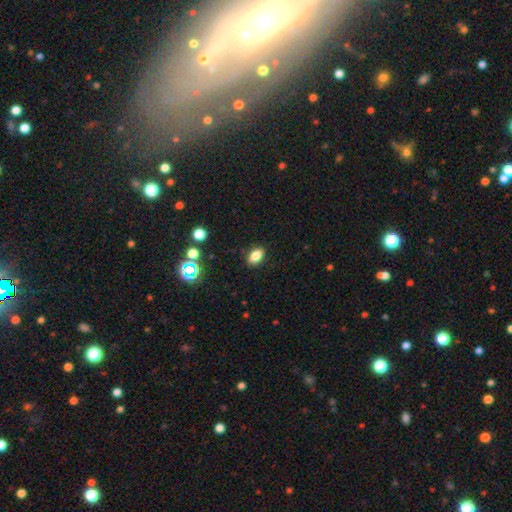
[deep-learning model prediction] Smooth or featured?
  - smooth: 81% *
  - star or artifact: 12%
  - featured or disk: 7%
How rounded?
  - in between: 86% *
  - round: 10%
  - cigar-shaped: 4%
Merging?
  - none: 87% *
  - minor disturbance: 9%
  - major disturbance: 2%
  - merger: 1%